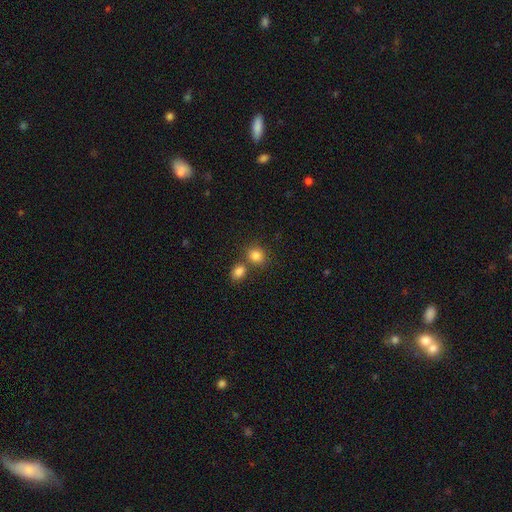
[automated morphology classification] smooth-or-featured: smooth: 83% | star or artifact: 11% | featured or disk: 6%
  how-rounded: round: 79% | in between: 20% | cigar-shaped: 1%
  merging: none: 62% | merger: 27% | minor disturbance: 8% | major disturbance: 3%